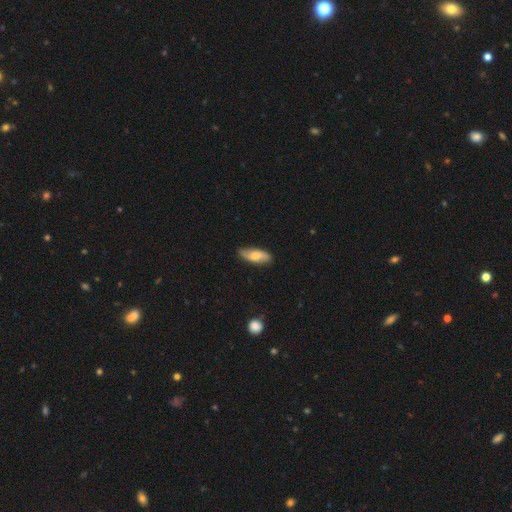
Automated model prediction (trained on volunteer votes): Smooth or featured? smooth (64%)
How rounded? in between (73%)
Merging? none (81%)